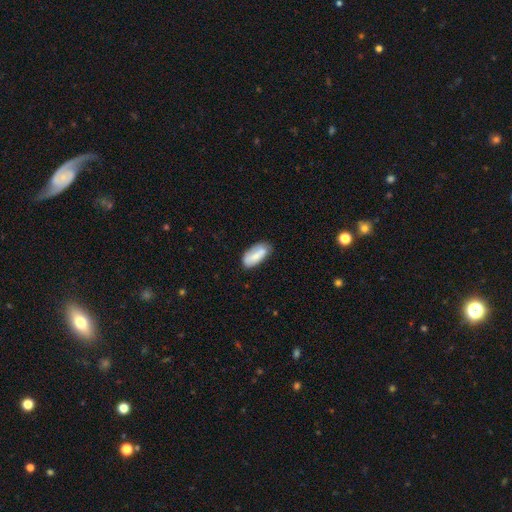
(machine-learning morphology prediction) Smooth or featured? Predicted: smooth (p=0.70). How rounded? Predicted: in between (p=0.87). Merging? Predicted: none (p=0.65).